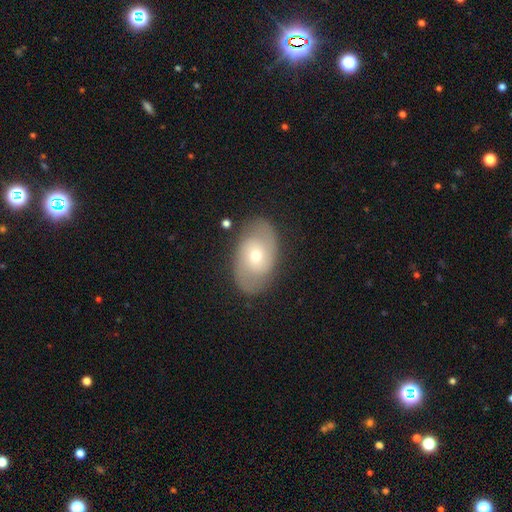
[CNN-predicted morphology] smooth-or-featured: featured or disk: 63% | smooth: 30% | star or artifact: 7%
  disk-edge-on: no: 95% | yes: 5%
    bar: no: 64% | weak: 29% | strong: 7%
    has-spiral-arms: yes: 79% | no: 21%
    bulge-size: moderate: 54% | small: 41% | large: 4% | dominant: 1% | none: 1%
  merging: none: 82% | minor disturbance: 12% | major disturbance: 4% | merger: 2%